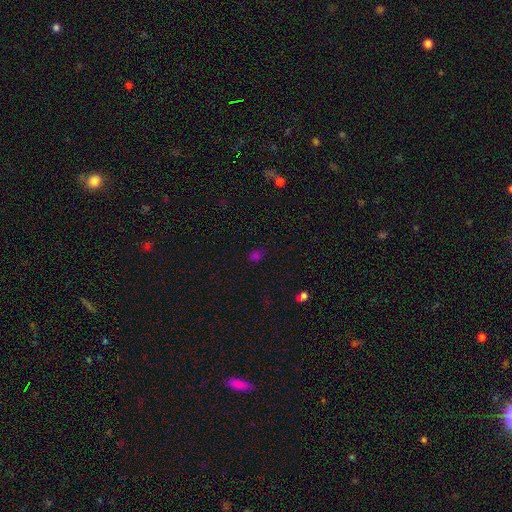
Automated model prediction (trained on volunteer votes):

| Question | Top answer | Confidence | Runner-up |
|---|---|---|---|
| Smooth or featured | smooth | 67% | star or artifact (28%) |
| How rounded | in between | 56% | round (42%) |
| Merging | none | 76% | minor disturbance (16%) |